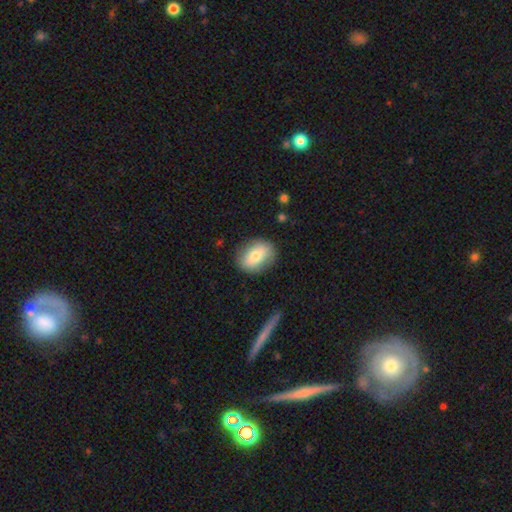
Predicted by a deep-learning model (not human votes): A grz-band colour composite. It shows a smooth galaxy with no disk features (71%) that is in between round and cigar-shaped (67%). Merging: none (82%).